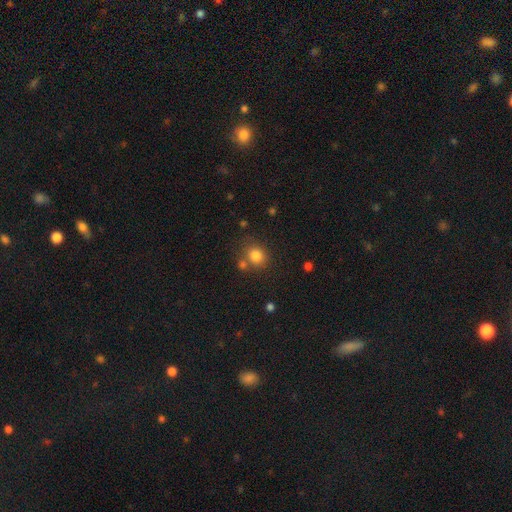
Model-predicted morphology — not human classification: Smooth or featured: smooth — 81% (star or artifact — 12%)
How rounded: round — 75% (in between — 24%)
Merging: none — 66% (merger — 17%)